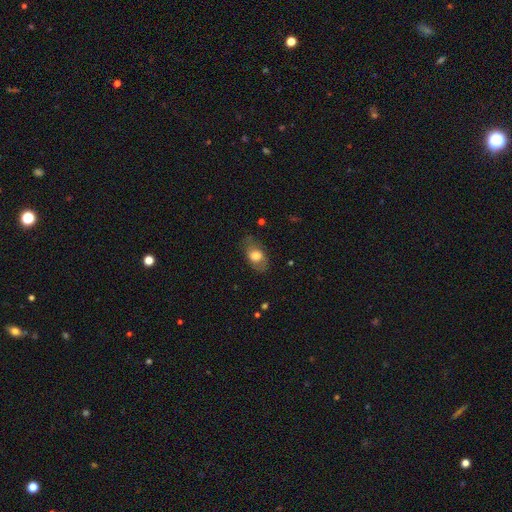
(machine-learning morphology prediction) A smooth galaxy with no disk features (65%) that is in between round and cigar-shaped (85%).

Vote fractions:
- Smooth or featured? smooth: 65% / featured or disk: 27% / star or artifact: 7%
- How rounded? in between: 85% / round: 13% / cigar-shaped: 3%
- Merging? none: 69% / minor disturbance: 21% / major disturbance: 9% / merger: 1%